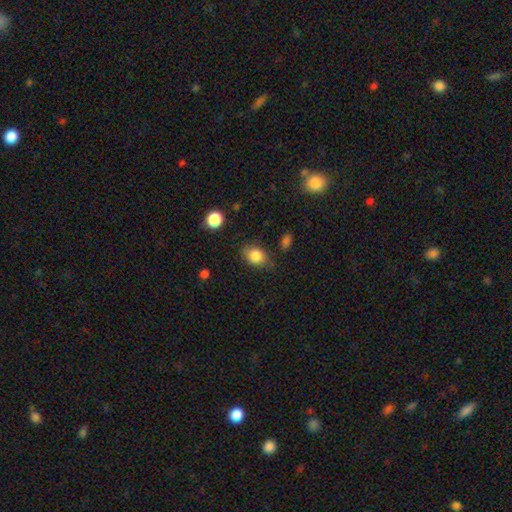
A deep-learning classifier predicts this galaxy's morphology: smooth_or_featured: smooth (p=0.84) [alt: star or artifact p=0.09]
how_rounded: in between (p=0.63) [alt: round p=0.35]
merging: none (p=0.71) [alt: minor disturbance p=0.21]